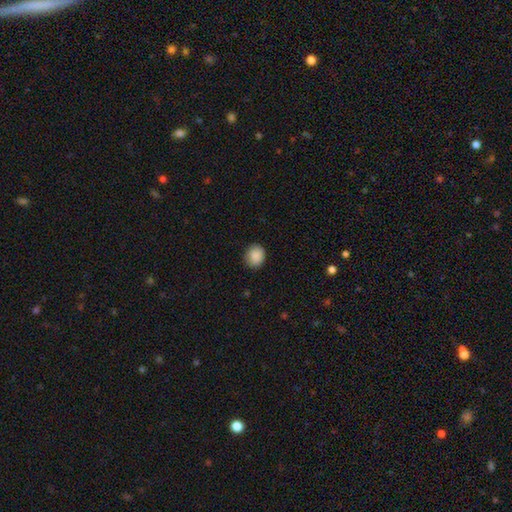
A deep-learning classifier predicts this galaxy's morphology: Smooth or featured: smooth — 88% (star or artifact — 8%)
How rounded: round — 70% (in between — 29%)
Merging: none — 81% (minor disturbance — 15%)